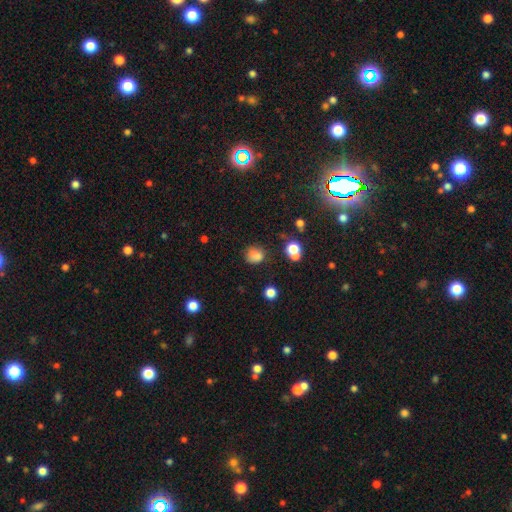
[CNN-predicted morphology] Overall: smooth (77%). How rounded: round (70%). Merging: none (64%).